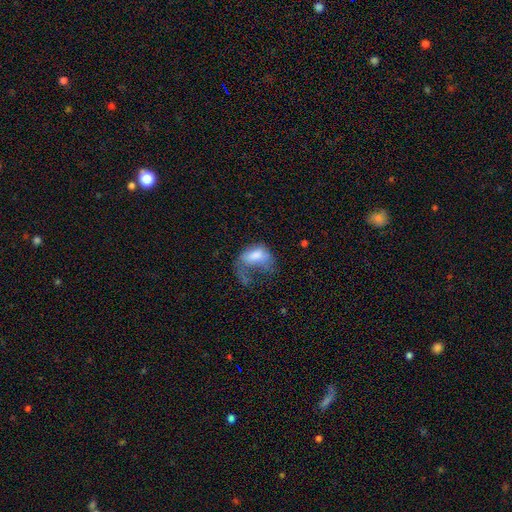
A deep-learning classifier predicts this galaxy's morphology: Smooth or featured? Predicted: smooth (p=0.63). How rounded? Predicted: in between (p=0.86). Merging? Predicted: major disturbance (p=0.67).